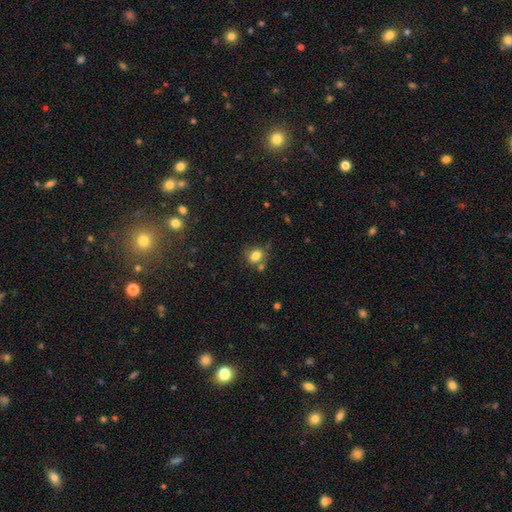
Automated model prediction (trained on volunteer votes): smooth-or-featured: smooth: 80% | star or artifact: 11% | featured or disk: 10%
  how-rounded: round: 55% | in between: 44% | cigar-shaped: 1%
  merging: none: 58% | minor disturbance: 20% | merger: 16% | major disturbance: 7%